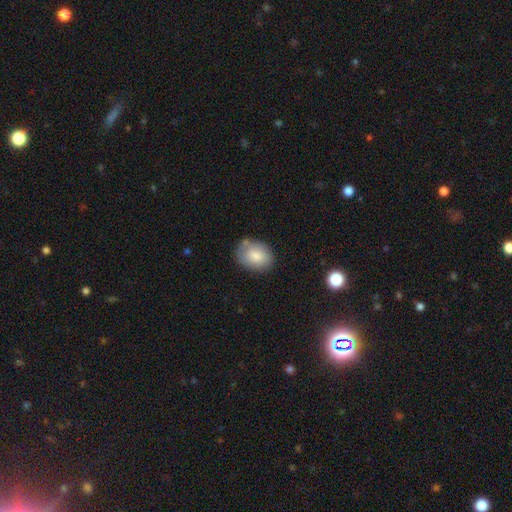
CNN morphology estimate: smooth 81%, featured or disk 12%, star or artifact 7%. Down the decision tree: how rounded — in between (70%); merging — none (69%).